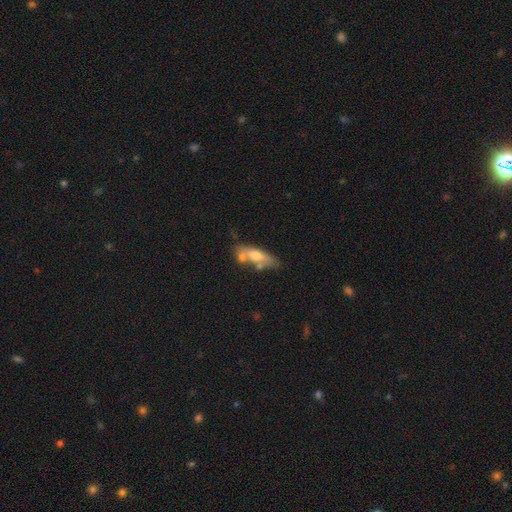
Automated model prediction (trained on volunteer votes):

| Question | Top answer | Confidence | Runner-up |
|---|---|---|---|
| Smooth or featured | smooth | 59% | featured or disk (35%) |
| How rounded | in between | 53% | cigar-shaped (43%) |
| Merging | none | 46% | merger (29%) |